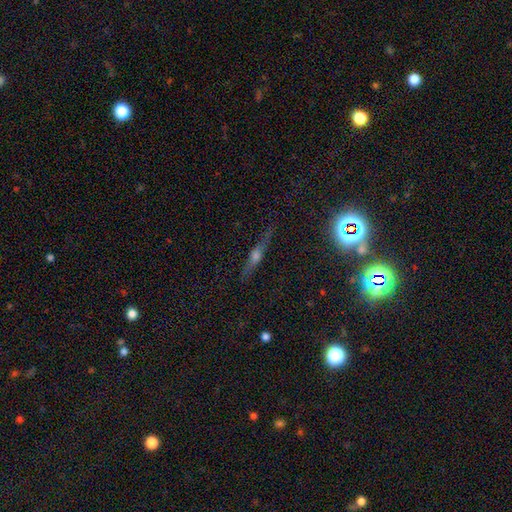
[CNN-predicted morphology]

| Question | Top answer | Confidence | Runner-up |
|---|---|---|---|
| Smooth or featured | featured or disk | 65% | smooth (23%) |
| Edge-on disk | yes | 95% | no (5%) |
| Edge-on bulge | rounded | 88% | boxy (7%) |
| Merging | none | 85% | minor disturbance (11%) |